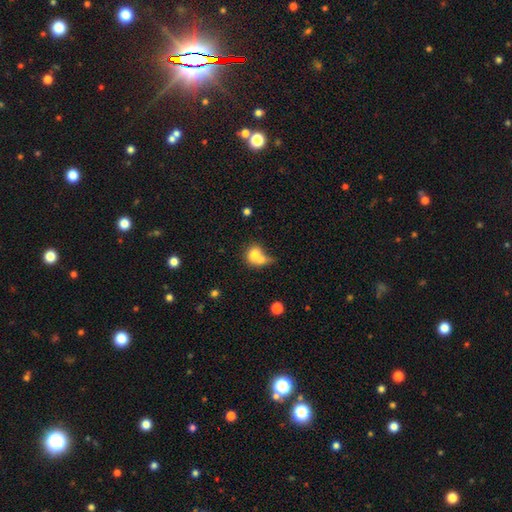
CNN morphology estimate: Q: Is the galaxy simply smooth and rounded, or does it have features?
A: smooth — 73%.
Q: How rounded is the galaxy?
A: round — 64%.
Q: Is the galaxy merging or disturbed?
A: merger — 66%.